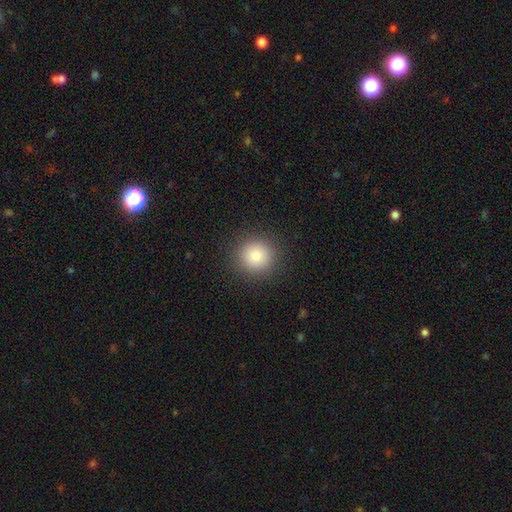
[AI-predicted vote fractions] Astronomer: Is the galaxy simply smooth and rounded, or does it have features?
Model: smooth — 83%.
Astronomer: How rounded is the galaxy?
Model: round — 93%.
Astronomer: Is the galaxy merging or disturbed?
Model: none — 92%.